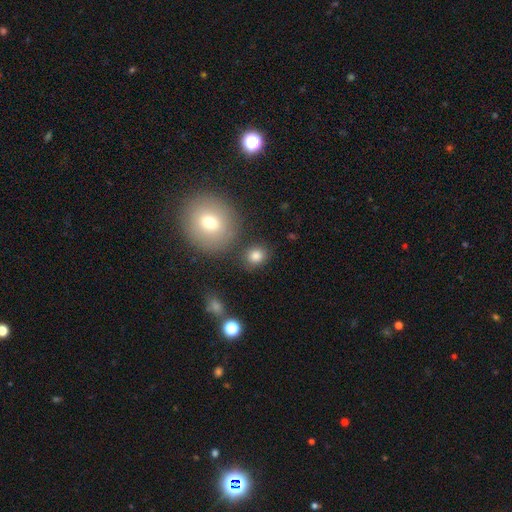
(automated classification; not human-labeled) Smooth or featured?
  - smooth: 83% *
  - star or artifact: 10%
  - featured or disk: 6%
How rounded?
  - round: 74% *
  - in between: 25%
  - cigar-shaped: 1%
Merging?
  - none: 81% *
  - minor disturbance: 10%
  - merger: 6%
  - major disturbance: 4%